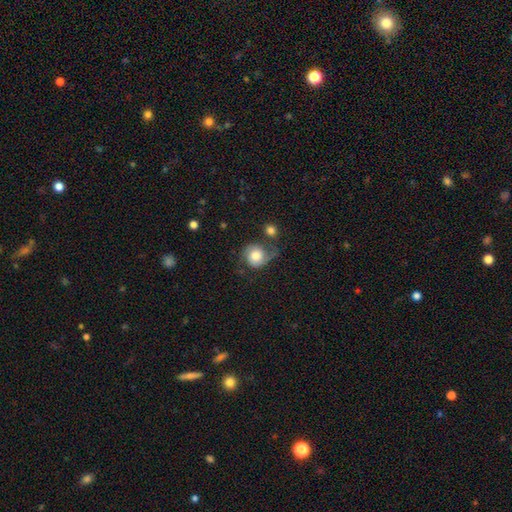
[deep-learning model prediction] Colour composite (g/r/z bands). It shows a smooth galaxy with no disk features (56%) that is round (82%). Merging: none (43%).